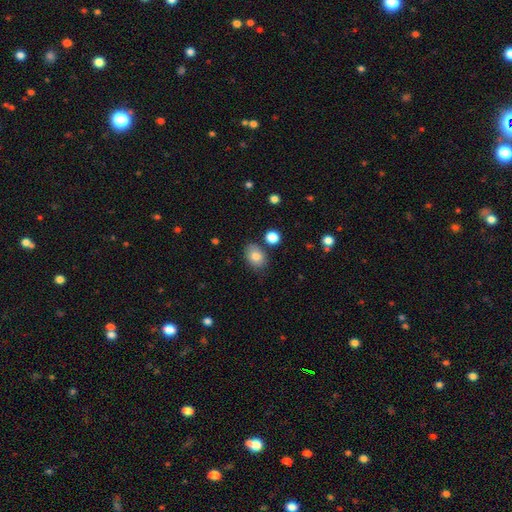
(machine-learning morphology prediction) type=smooth (81%); roundness=in between (72%); merging=none (78%).